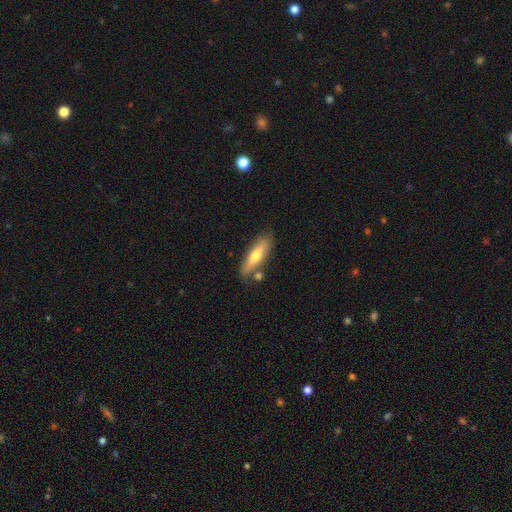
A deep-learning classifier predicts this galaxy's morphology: The model was most divided on "smooth or featured": smooth: 57%, featured or disk: 37%, star or artifact: 6%. More confident: merging — none (74%); how rounded — cigar-shaped (67%).